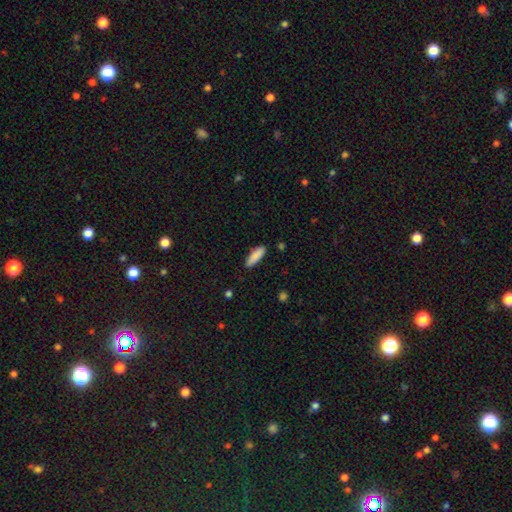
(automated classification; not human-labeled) Smooth or featured?
  - smooth: 88% *
  - featured or disk: 6%
  - star or artifact: 6%
How rounded?
  - cigar-shaped: 49% * (tied)
  - in between: 49% * (tied)
  - round: 1%
Merging?
  - none: 86% *
  - minor disturbance: 10%
  - major disturbance: 2%
  - merger: 1%